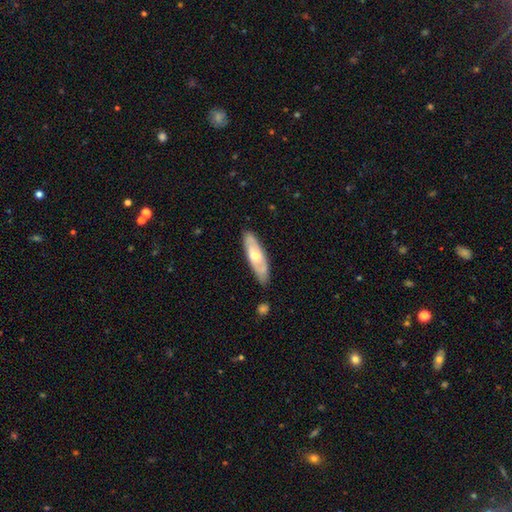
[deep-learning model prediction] The model was most divided on "smooth or featured": featured or disk: 48%, smooth: 47%, star or artifact: 5%. More confident: merging — none (81%).